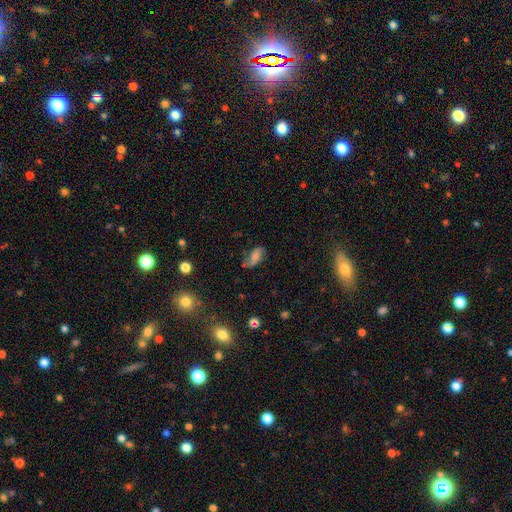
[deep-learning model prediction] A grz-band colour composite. It shows a featured or disk galaxy (48%). Merging: none (57%).